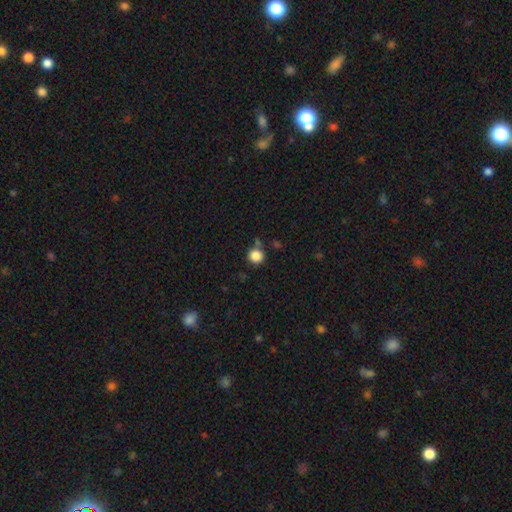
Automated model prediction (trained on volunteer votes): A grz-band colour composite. It shows a smooth galaxy with no disk features (86%) that is round (92%). Merging: none (75%).